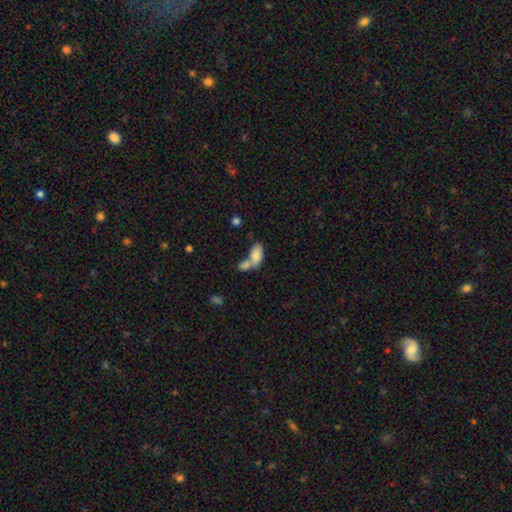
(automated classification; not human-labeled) smooth_or_featured: smooth (p=0.82) [alt: featured or disk p=0.11]
how_rounded: in between (p=0.92) [alt: round p=0.04]
merging: merger (p=0.62) [alt: none p=0.24]